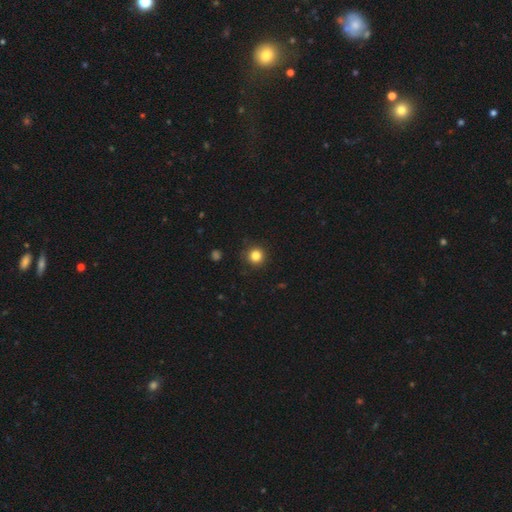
Overall: smooth (85%). How rounded: round (100%). Merging: none (100%).